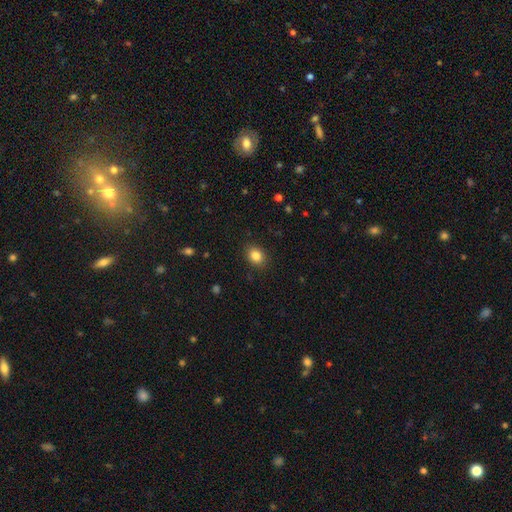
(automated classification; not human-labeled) smooth_or_featured: smooth (p=0.84) [alt: star or artifact p=0.10]
how_rounded: in between (p=0.50) [alt: round p=0.49]
merging: none (p=0.88) [alt: minor disturbance p=0.08]